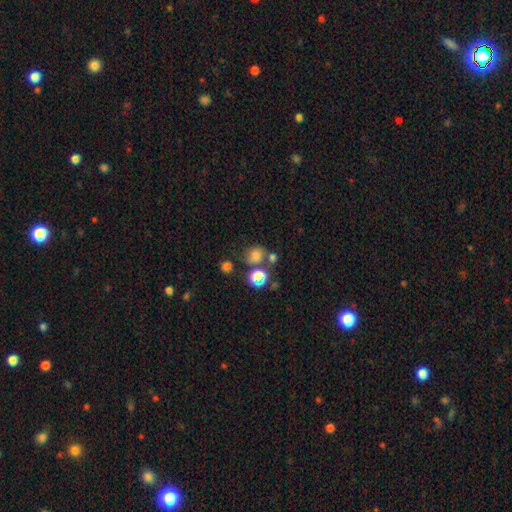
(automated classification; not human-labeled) A smooth galaxy with no disk features (68%) that is round (74%).

Vote fractions:
- Smooth or featured? smooth: 68% / star or artifact: 21% / featured or disk: 11%
- How rounded? round: 74% / in between: 25% / cigar-shaped: 1%
- Merging? none: 58% / merger: 21% / minor disturbance: 15% / major disturbance: 7%